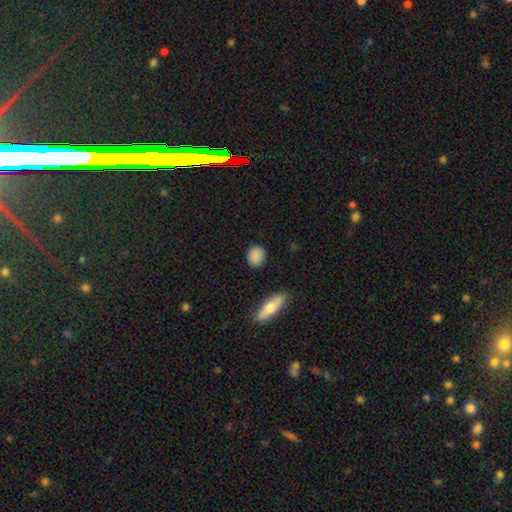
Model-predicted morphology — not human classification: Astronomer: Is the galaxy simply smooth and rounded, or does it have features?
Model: smooth — 87%.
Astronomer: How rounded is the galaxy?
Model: round — 59% (runner-up: in between, 38%).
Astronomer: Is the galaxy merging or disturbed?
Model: none — 87%.